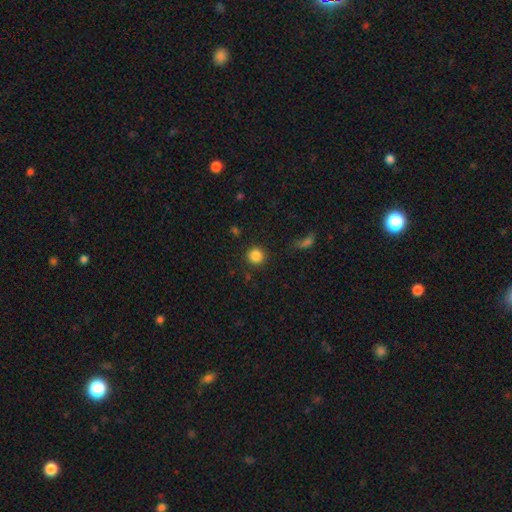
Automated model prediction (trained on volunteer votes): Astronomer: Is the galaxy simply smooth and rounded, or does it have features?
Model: smooth — 85%.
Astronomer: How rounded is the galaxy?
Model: round — 93%.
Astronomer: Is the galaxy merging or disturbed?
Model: none — 89%.